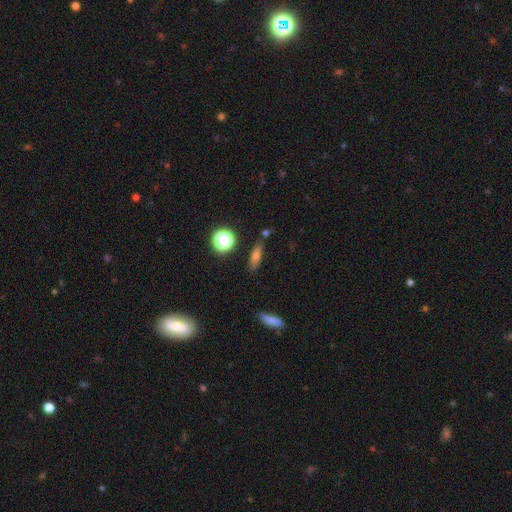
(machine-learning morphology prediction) A smooth galaxy with no disk features (62%) that is cigar-shaped (52%). Merging: none (81%).